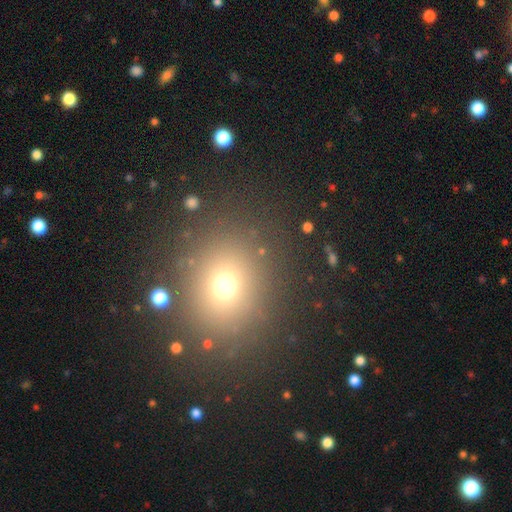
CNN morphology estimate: Overall: smooth (63%; star or artifact 28%). How rounded: round (77%). Merging: none (86%).